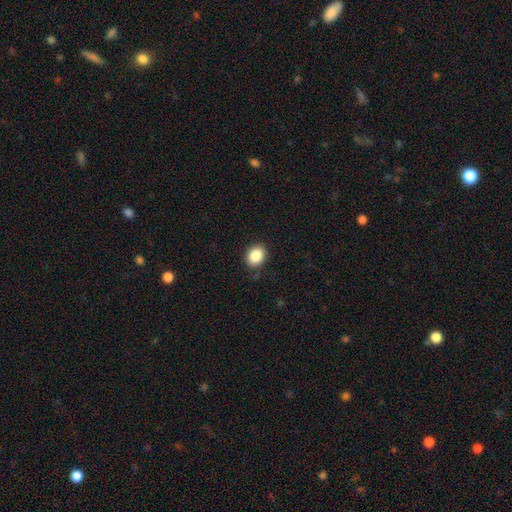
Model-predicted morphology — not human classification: Smooth or featured: smooth — 87% (star or artifact — 9%)
How rounded: in between — 51% (round — 48%)
Merging: none — 86% (minor disturbance — 10%)